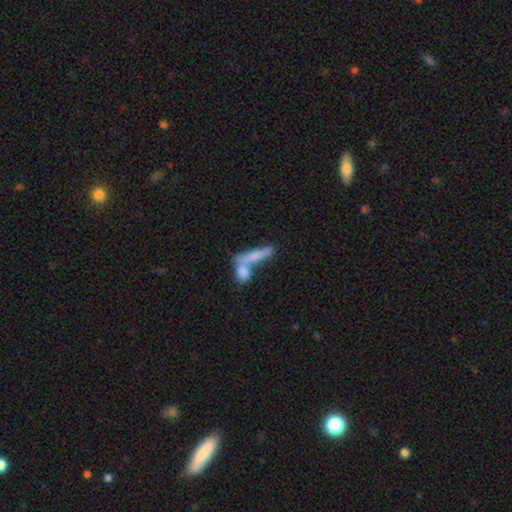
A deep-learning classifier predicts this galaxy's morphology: Smooth or featured? smooth (66%)
How rounded? cigar-shaped (71%)
Merging? merger (51%)